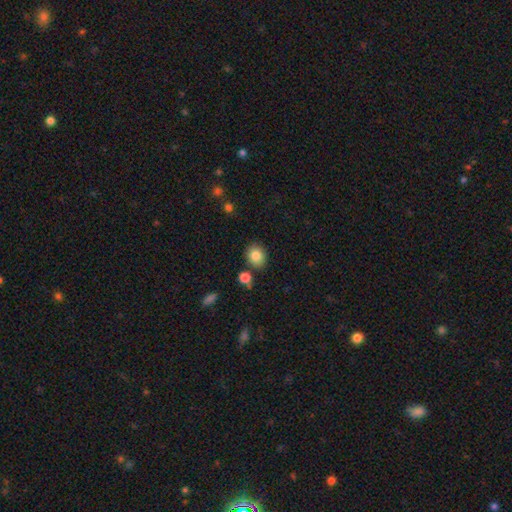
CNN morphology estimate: A smooth galaxy with no disk features (84%) that is round (63%).

Vote fractions:
- Smooth or featured? smooth: 84% / star or artifact: 9% / featured or disk: 7%
- How rounded? round: 63% / in between: 36% / cigar-shaped: 1%
- Merging? none: 82% / minor disturbance: 10% / merger: 6% / major disturbance: 3%